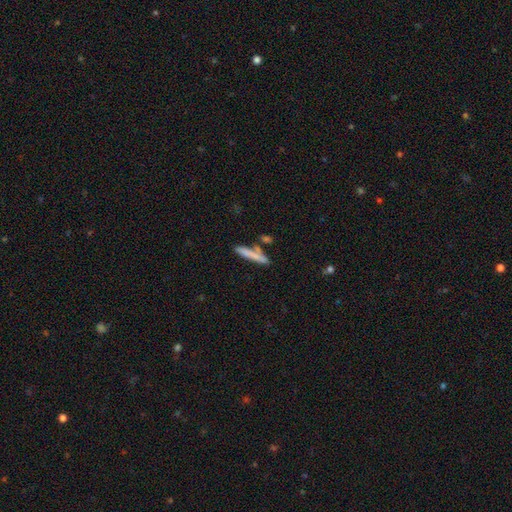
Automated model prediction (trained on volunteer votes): A smooth galaxy with no disk features (74%) that is cigar-shaped (90%). Merging: none (67%).